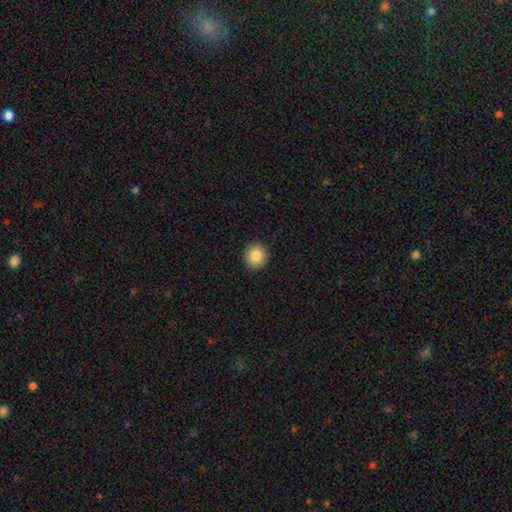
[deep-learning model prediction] This appears to be a smooth galaxy with no disk features (86%) that is round (91%). Merging: none (92%).